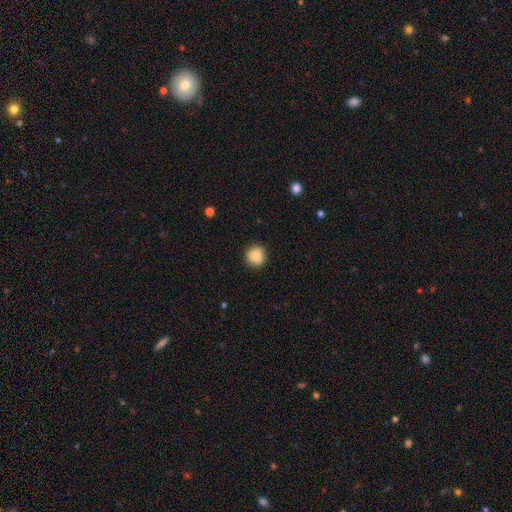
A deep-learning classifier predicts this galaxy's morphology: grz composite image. It shows a smooth galaxy with no disk features (86%) that is round (93%). Merging: none (91%).